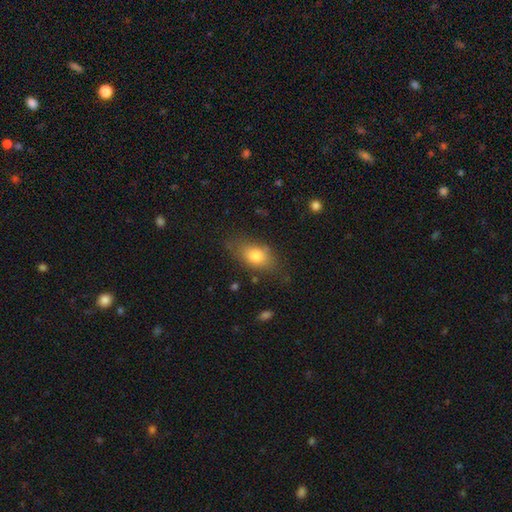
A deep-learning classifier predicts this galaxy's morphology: The model was most divided on "merging": none: 67%, minor disturbance: 22%, major disturbance: 8%, merger: 2%. More confident: how rounded — in between (83%); smooth or featured — smooth (76%).